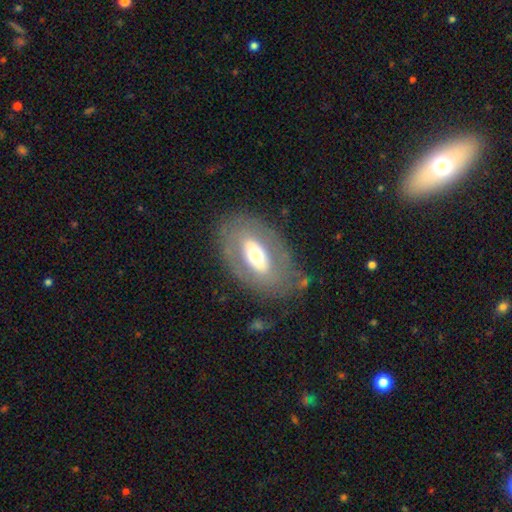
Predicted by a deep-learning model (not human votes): This appears to be a featured or disk galaxy (56%). Merging: none (75%).